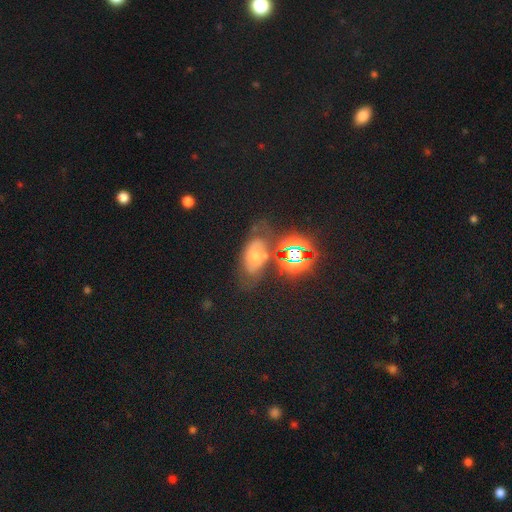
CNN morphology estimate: type=smooth (37%); merging=none (49%).